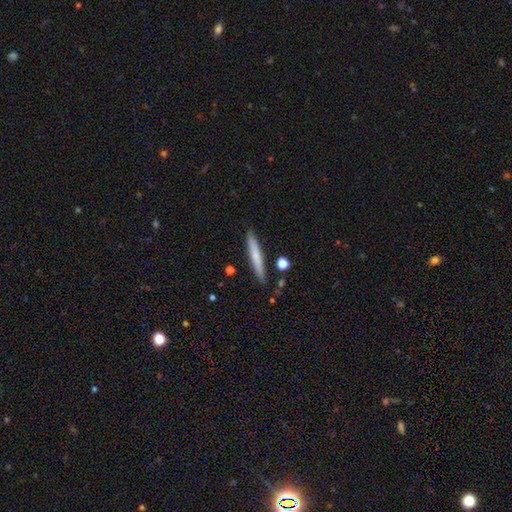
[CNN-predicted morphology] Smooth or featured: smooth — 66% (featured or disk — 28%)
How rounded: cigar-shaped — 95% (in between — 4%)
Merging: none — 88% (minor disturbance — 8%)